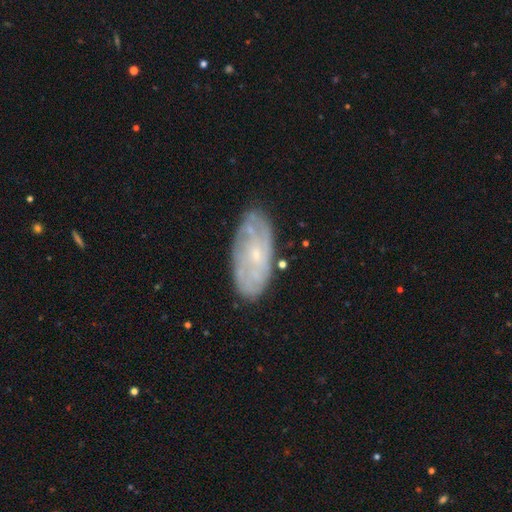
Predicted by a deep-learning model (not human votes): smooth_or_featured: featured or disk (p=0.68) [alt: smooth p=0.25]
disk_edge_on: no (p=0.92) [alt: yes p=0.08]
bar: no (p=0.75) [alt: weak p=0.21]
has_spiral_arms: yes (p=0.78) [alt: no p=0.22]
bulge_size: small (p=0.79) [alt: moderate p=0.15]
merging: none (p=0.78) [alt: minor disturbance p=0.16]